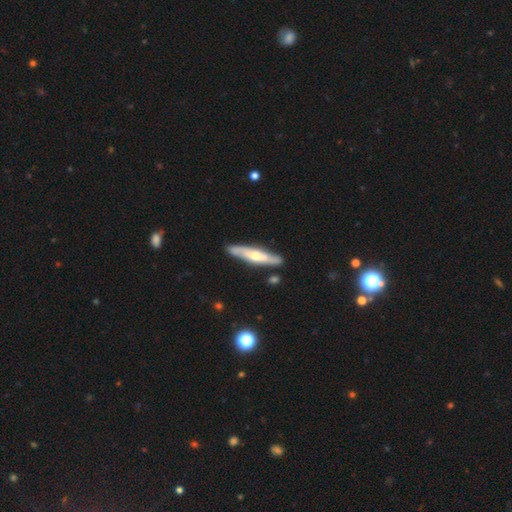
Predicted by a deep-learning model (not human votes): featured or disk 57%, smooth 38%, star or artifact 5%. Down the decision tree: edge-on disk — yes (78%); merging — none (85%).